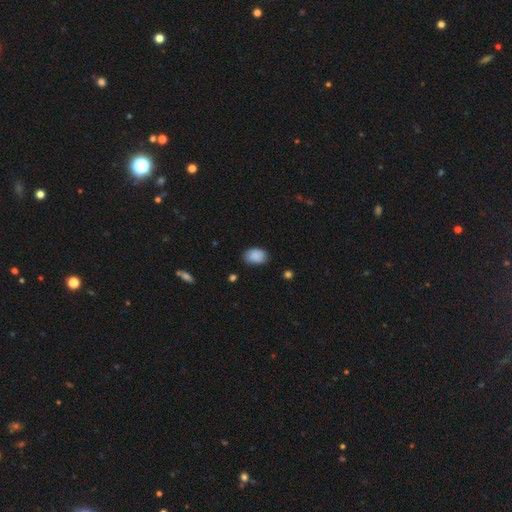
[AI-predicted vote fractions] Morphology: type=smooth (88%); roundness=in between (77%); merging=none (76%).